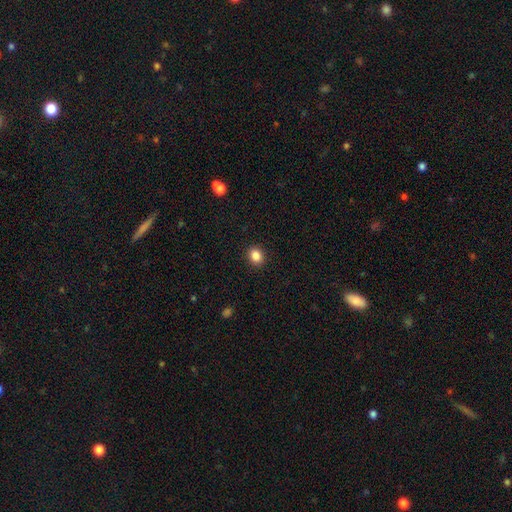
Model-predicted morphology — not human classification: Overall: smooth (86%). How rounded: round (59%; in between 40%). Merging: none (91%).